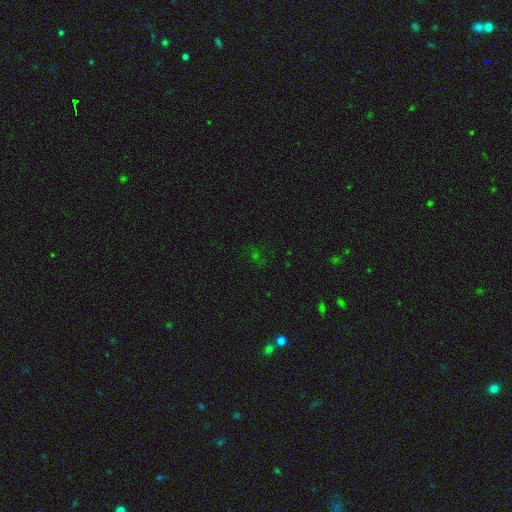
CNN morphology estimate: This appears to be a star or artifact, not a galaxy (63%).